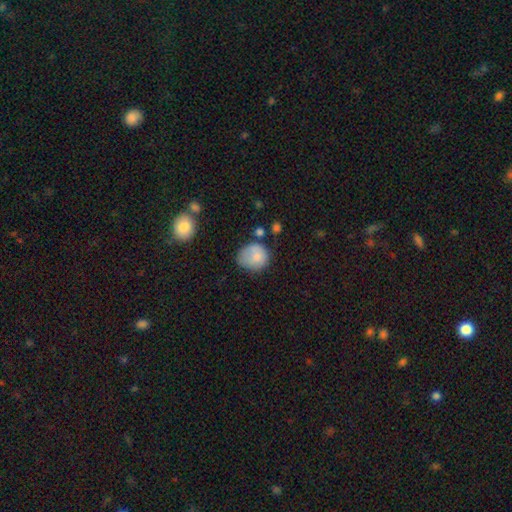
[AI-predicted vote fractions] Smooth or featured?
  - smooth: 78% *
  - featured or disk: 14%
  - star or artifact: 8%
How rounded?
  - round: 74% *
  - in between: 25%
  - cigar-shaped: 1%
Merging?
  - none: 49% *
  - minor disturbance: 32%
  - major disturbance: 13%
  - merger: 6%